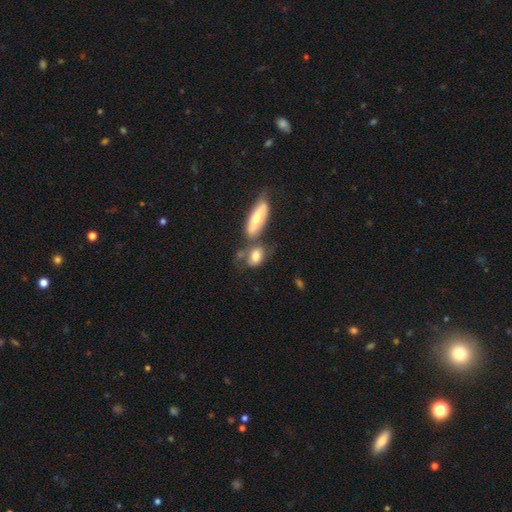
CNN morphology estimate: smooth-or-featured: smooth: 72% | featured or disk: 20% | star or artifact: 7%
  how-rounded: in between: 78% | round: 14% | cigar-shaped: 8%
  merging: none: 39% | merger: 37% | minor disturbance: 16% | major disturbance: 8%